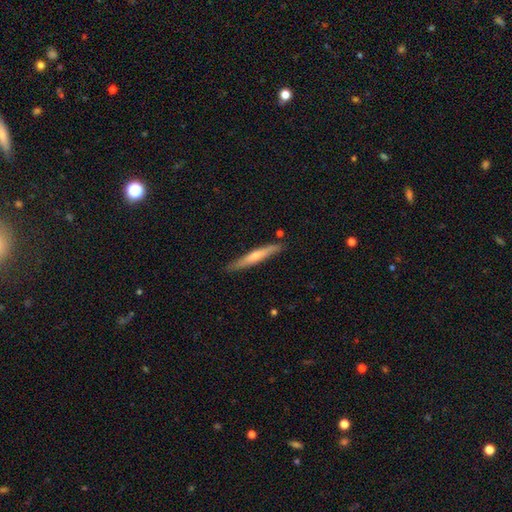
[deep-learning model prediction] Smooth or featured?
  - smooth: 49% *
  - featured or disk: 45%
  - star or artifact: 5%
Merging?
  - none: 84% *
  - minor disturbance: 12%
  - merger: 2%
  - major disturbance: 2%